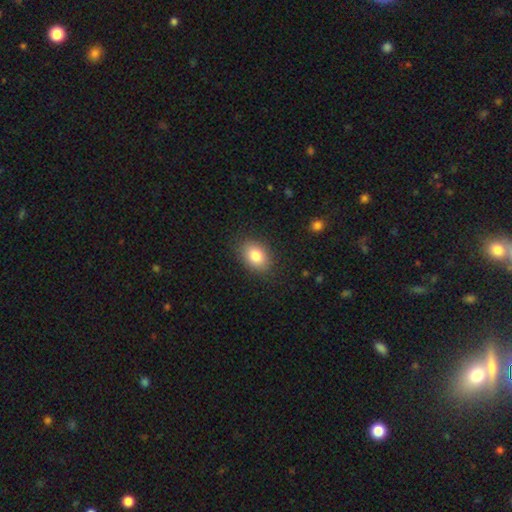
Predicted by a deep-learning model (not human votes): Smooth or featured? Predicted: smooth (p=0.83). How rounded? Predicted: in between (p=0.78). Merging? Predicted: none (p=0.85).